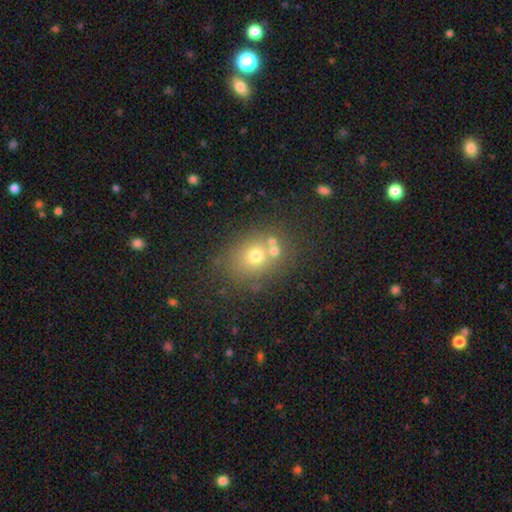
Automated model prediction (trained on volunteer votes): smooth-or-featured: smooth: 63% | featured or disk: 20% | star or artifact: 17%
  how-rounded: round: 61% | in between: 38% | cigar-shaped: 1%
  merging: none: 57% | merger: 26% | minor disturbance: 12% | major disturbance: 5%